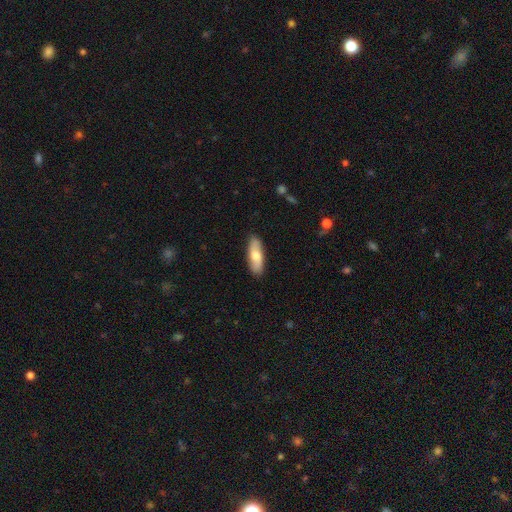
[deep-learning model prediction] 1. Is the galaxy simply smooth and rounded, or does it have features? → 67% smooth, 28% featured or disk, 5% star or artifact.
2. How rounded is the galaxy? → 61% in between, 36% cigar-shaped, 2% round.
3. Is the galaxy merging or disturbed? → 87% none, 10% minor disturbance, 2% major disturbance, 1% merger.